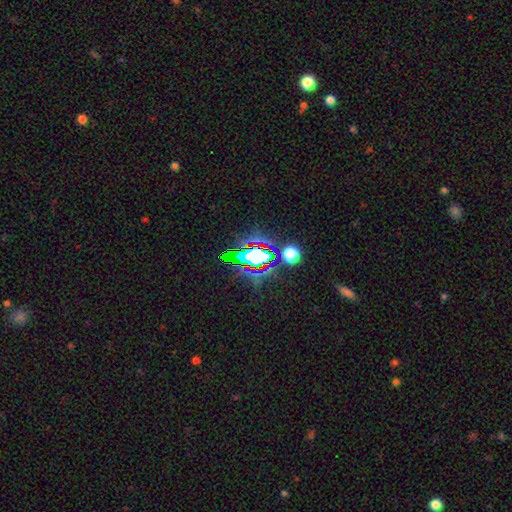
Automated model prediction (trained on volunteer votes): A star or artifact, not a galaxy (65%).

Vote fractions:
- Smooth or featured? star or artifact: 65% / smooth: 21% / featured or disk: 14%